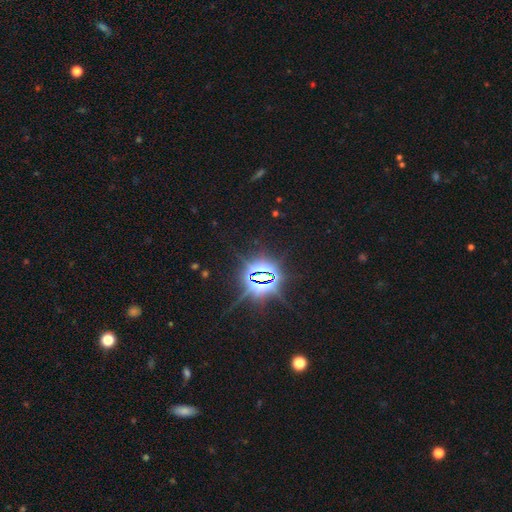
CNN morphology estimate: This is clearly a star or artifact rather than a galaxy (84%).